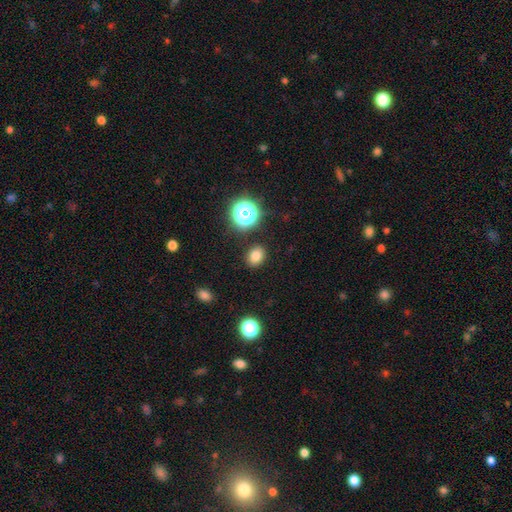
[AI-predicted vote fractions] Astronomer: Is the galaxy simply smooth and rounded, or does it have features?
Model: smooth — 79%.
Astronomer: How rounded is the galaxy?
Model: in between — 51% (runner-up: round, 48%).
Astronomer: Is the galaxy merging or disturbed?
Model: none — 87%.